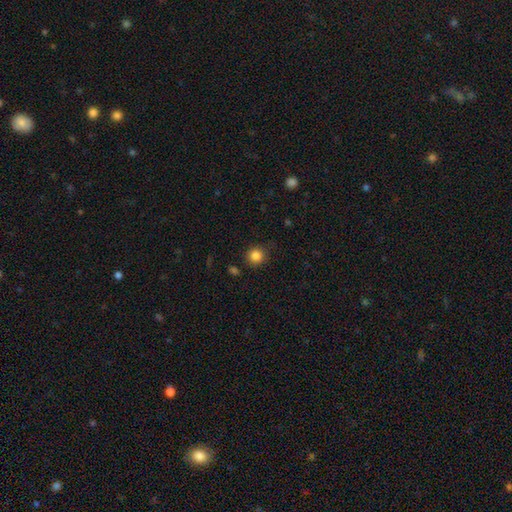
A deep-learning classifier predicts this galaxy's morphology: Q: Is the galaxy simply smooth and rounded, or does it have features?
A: smooth — 84%.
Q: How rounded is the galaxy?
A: round — 92%.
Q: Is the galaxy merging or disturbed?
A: none — 85%.